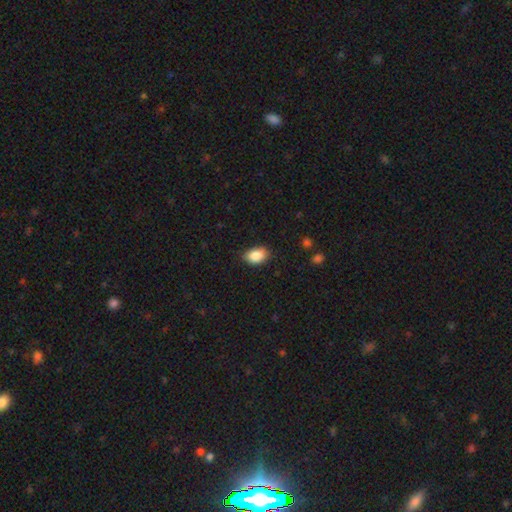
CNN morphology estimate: smooth 87%, star or artifact 8%, featured or disk 5%. Down the decision tree: how rounded — in between (87%); merging — none (83%).